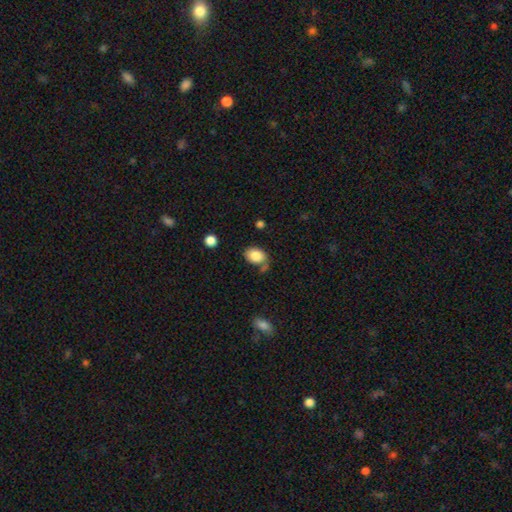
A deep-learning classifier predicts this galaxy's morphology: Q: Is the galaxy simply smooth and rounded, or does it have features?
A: smooth — 84%.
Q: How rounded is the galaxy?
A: in between — 74%.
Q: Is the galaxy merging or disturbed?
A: none — 61%.